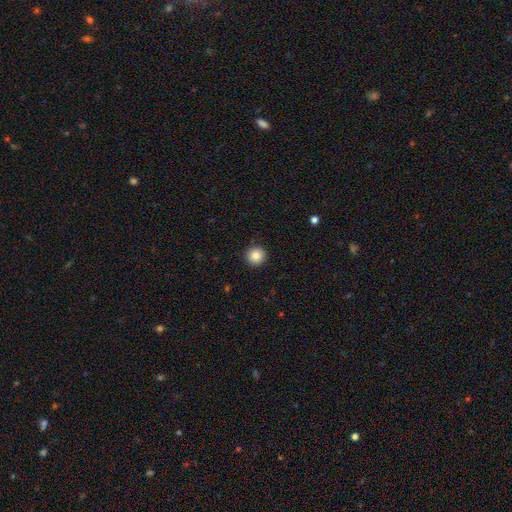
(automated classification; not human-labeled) smooth-or-featured: smooth: 85% | star or artifact: 10% | featured or disk: 5%
  how-rounded: round: 95% | in between: 4% | cigar-shaped: 1%
  merging: none: 91% | minor disturbance: 7% | major disturbance: 2% | merger: 1%